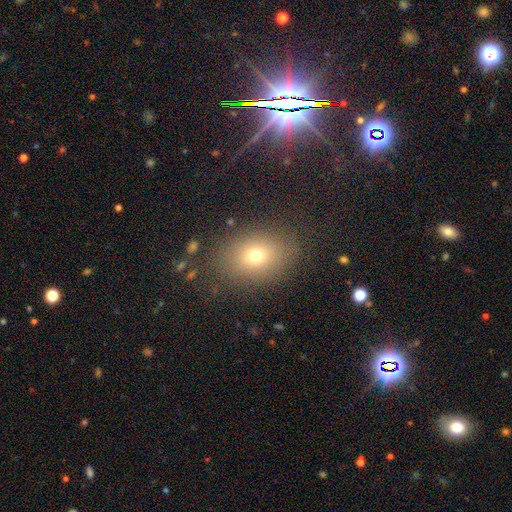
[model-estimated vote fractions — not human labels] Q: Smooth or featured?
A: smooth (70%); runner-up: star or artifact (16%)
Q: How rounded?
A: in between (66%); runner-up: round (33%)
Q: Merging?
A: none (82%); runner-up: minor disturbance (11%)